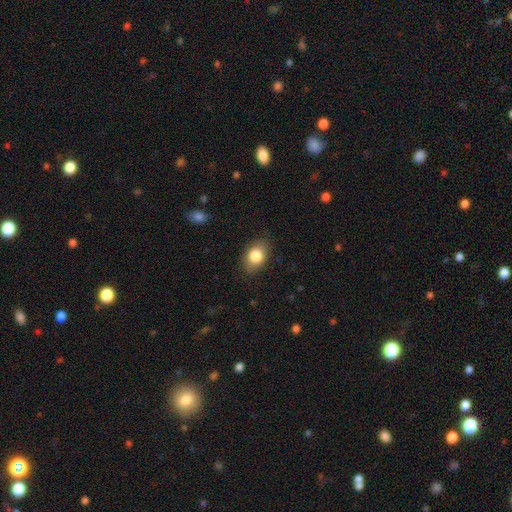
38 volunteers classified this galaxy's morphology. Smooth or featured? smooth (84%)
How rounded? in between (69%)
Merging? none (76%)